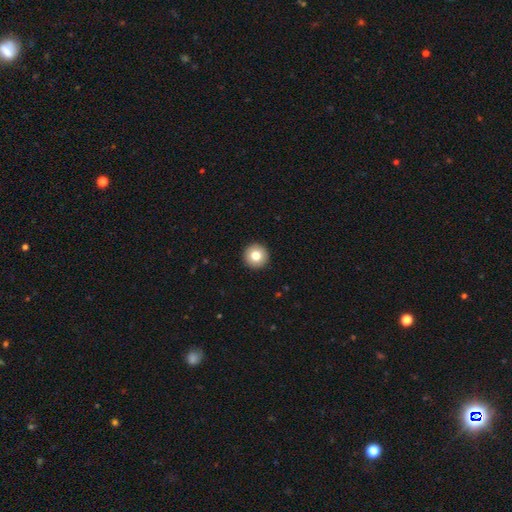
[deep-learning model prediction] smooth-or-featured: smooth: 79% | featured or disk: 12% | star or artifact: 9%
  how-rounded: round: 97% | in between: 3% | cigar-shaped: 1%
  merging: none: 94% | minor disturbance: 4% | major disturbance: 1% | merger: 1%